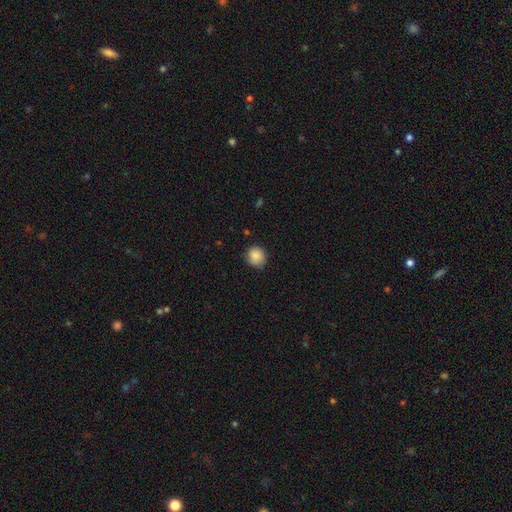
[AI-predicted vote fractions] Overall: smooth (87%). How rounded: round (79%). Merging: none (77%).